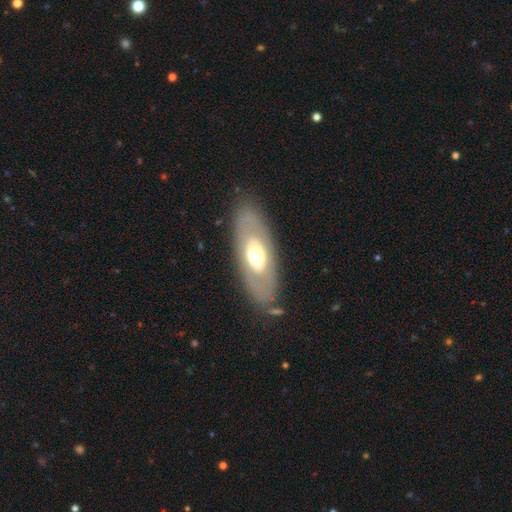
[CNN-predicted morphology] A featured or disk galaxy (50%).

Vote fractions:
- Smooth or featured? featured or disk: 50% / smooth: 44% / star or artifact: 6%
- Edge-on disk? no: 81% / yes: 19%
- Merging? none: 81% / minor disturbance: 11% / major disturbance: 5% / merger: 2%